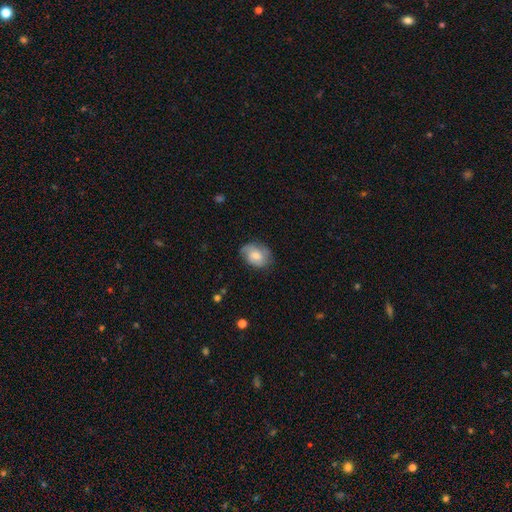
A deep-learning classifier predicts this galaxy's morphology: The model was most divided on "smooth or featured": smooth: 57%, featured or disk: 36%, star or artifact: 7%. More confident: merging — none (69%); how rounded — in between (68%).